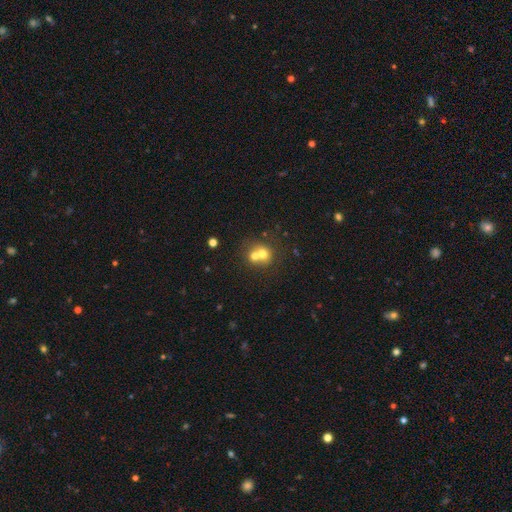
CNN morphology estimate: smooth_or_featured: smooth (p=0.65) [alt: featured or disk p=0.22]
how_rounded: round (p=0.79) [alt: in between p=0.20]
merging: merger (p=0.58) [alt: none p=0.33]